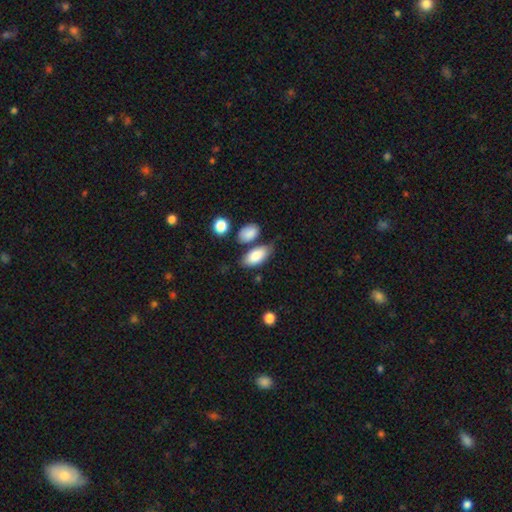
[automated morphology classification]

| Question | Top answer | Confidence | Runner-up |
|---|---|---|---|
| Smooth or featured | smooth | 85% | featured or disk (9%) |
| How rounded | in between | 92% | cigar-shaped (5%) |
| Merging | none | 60% | minor disturbance (18%) |